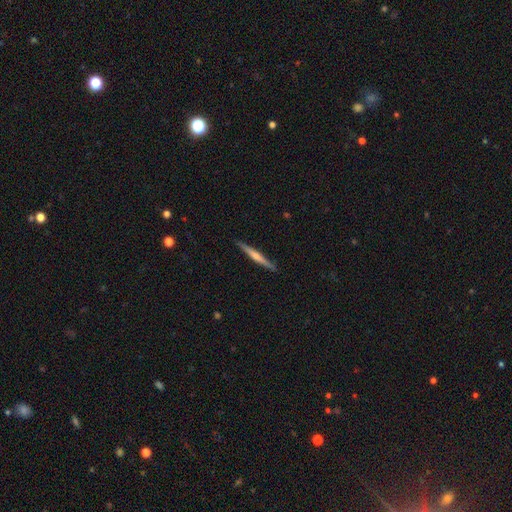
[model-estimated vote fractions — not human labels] Smooth or featured: featured or disk — 68% (smooth — 26%)
Edge-on disk: yes — 98% (no — 2%)
Edge-on bulge: rounded — 71% (none — 19%)
Merging: none — 92% (minor disturbance — 6%)